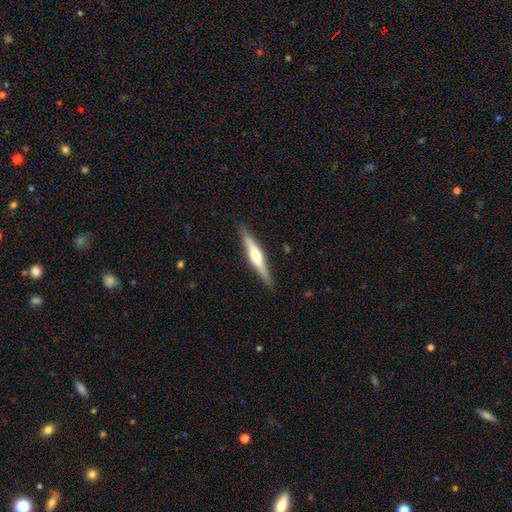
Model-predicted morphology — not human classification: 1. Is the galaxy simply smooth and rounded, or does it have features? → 62% featured or disk, 33% smooth, 5% star or artifact.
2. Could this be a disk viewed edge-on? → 97% yes, 3% no.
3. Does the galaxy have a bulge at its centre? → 85% rounded, 8% boxy, 7% none.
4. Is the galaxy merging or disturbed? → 88% none, 9% minor disturbance, 2% major disturbance, 1% merger.